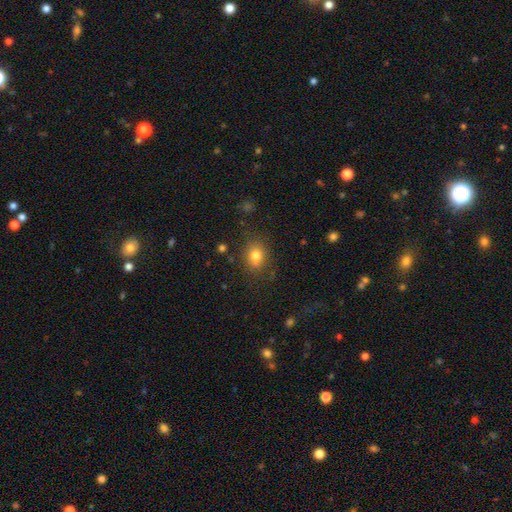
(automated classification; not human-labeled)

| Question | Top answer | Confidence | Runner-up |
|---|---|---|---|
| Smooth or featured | smooth | 77% | star or artifact (13%) |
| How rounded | in between | 51% | round (48%) |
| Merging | none | 72% | minor disturbance (17%) |